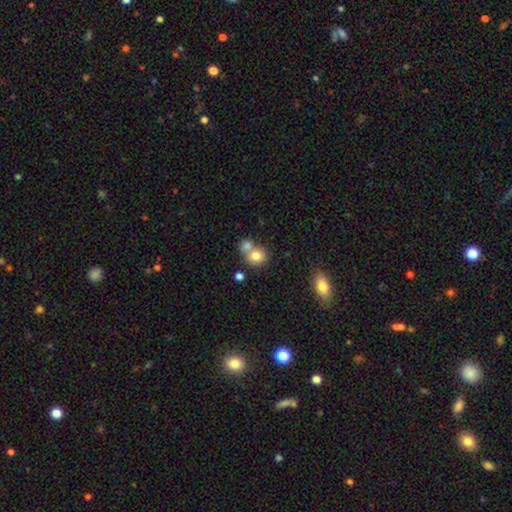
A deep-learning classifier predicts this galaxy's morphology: This appears to be a smooth galaxy with no disk features (78%) that is round (78%). Merging: merger (49%).